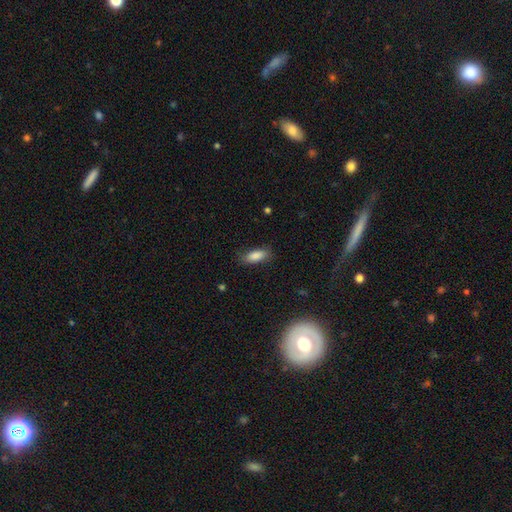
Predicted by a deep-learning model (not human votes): A smooth galaxy with no disk features (86%) that is in between round and cigar-shaped (77%).

Vote fractions:
- Smooth or featured? smooth: 86% / star or artifact: 7% / featured or disk: 7%
- How rounded? in between: 77% / cigar-shaped: 21% / round: 2%
- Merging? none: 81% / minor disturbance: 14% / major disturbance: 3% / merger: 1%